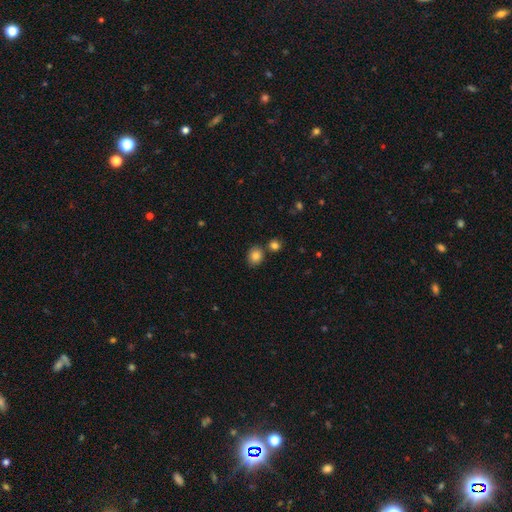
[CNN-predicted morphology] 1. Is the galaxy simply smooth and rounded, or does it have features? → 84% smooth, 11% star or artifact, 6% featured or disk.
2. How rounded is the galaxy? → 63% round, 36% in between, 1% cigar-shaped.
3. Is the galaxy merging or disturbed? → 77% none, 11% merger, 9% minor disturbance, 2% major disturbance.